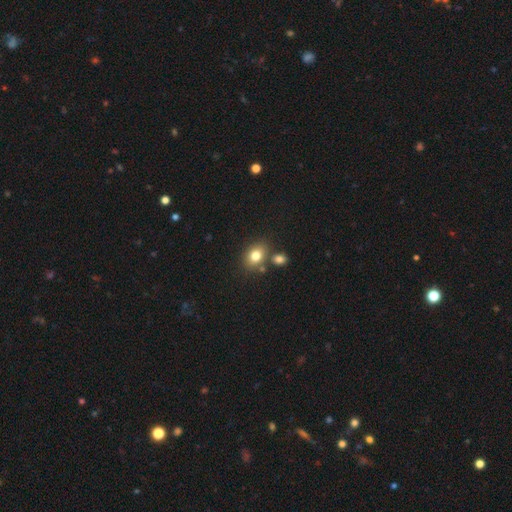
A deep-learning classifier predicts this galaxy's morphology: A smooth galaxy with no disk features (79%) that is in between round and cigar-shaped (59%).

Vote fractions:
- Smooth or featured? smooth: 79% / star or artifact: 11% / featured or disk: 10%
- How rounded? in between: 59% / round: 40% / cigar-shaped: 1%
- Merging? none: 69% / merger: 16% / minor disturbance: 12% / major disturbance: 3%